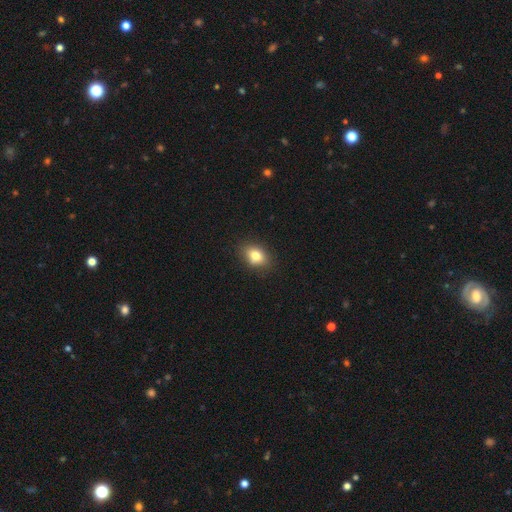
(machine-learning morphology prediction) This is clearly a smooth galaxy (80%). How rounded: likely in between (71%). Merging: clearly none (83%).